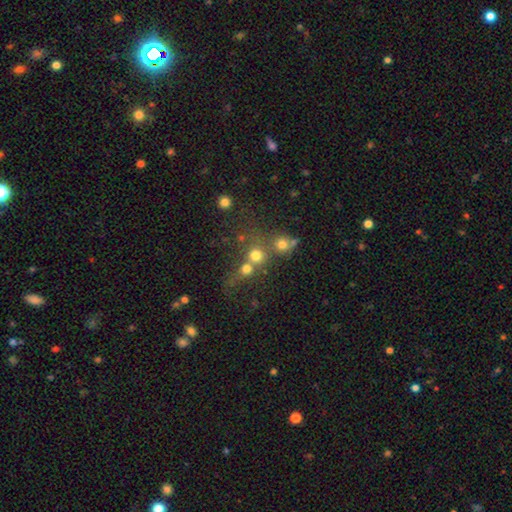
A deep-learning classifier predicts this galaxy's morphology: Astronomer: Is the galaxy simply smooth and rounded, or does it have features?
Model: smooth — 70%.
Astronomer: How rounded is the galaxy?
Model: round — 88%.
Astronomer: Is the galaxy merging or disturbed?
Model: none — 49% (runner-up: merger, 39%).